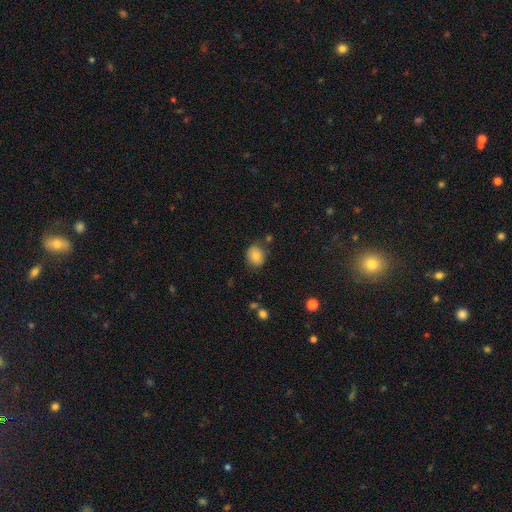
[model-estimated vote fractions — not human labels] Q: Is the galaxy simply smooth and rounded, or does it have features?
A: smooth — 81%.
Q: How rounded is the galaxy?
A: round — 69%.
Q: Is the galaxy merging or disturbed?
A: none — 78%.